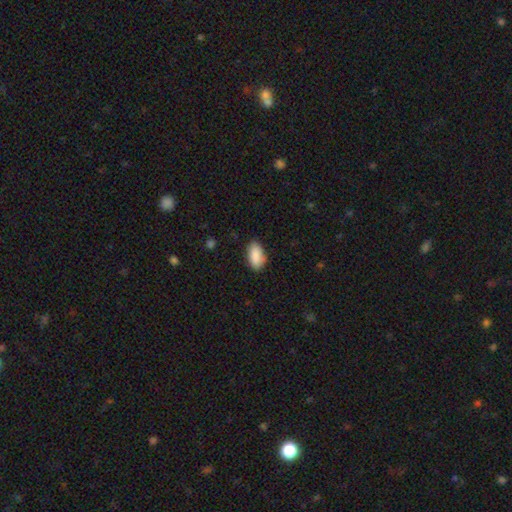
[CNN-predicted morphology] Smooth or featured? smooth (89%)
How rounded? in between (93%)
Merging? none (83%)